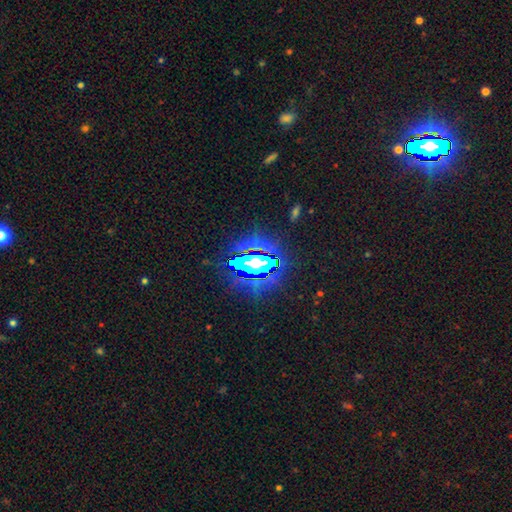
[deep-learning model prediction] smooth_or_featured: star or artifact (p=0.82) [alt: smooth p=0.10]